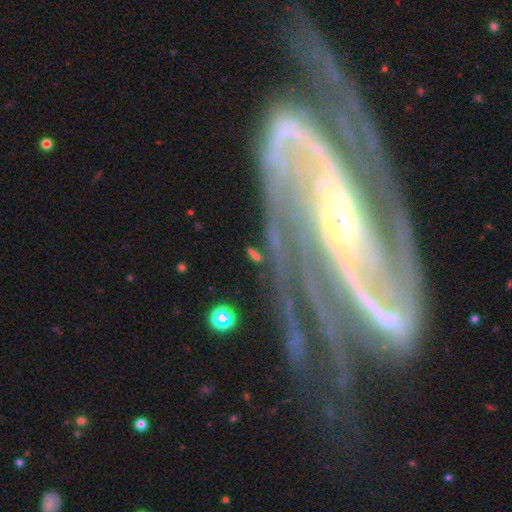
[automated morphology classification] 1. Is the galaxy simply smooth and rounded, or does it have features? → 49% featured or disk, 28% smooth, 24% star or artifact.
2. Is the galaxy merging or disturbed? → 79% none, 11% minor disturbance, 6% major disturbance, 4% merger.